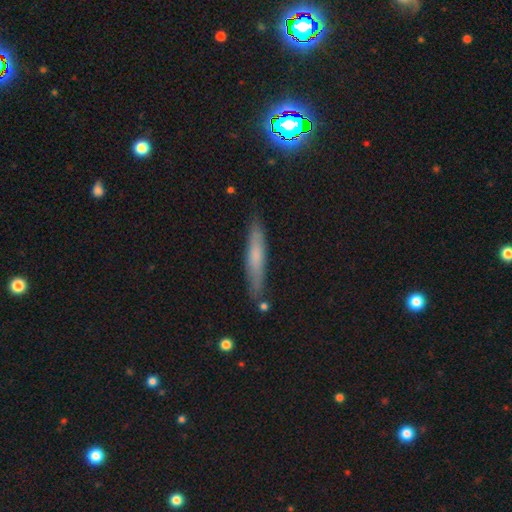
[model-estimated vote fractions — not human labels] Overall: smooth (57%; featured or disk 34%). How rounded: cigar-shaped (91%). Merging: none (84%).